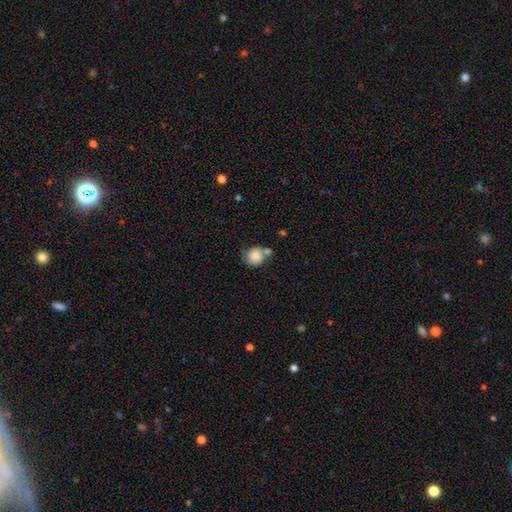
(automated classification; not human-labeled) Smooth or featured?
  - smooth: 76% *
  - featured or disk: 16%
  - star or artifact: 8%
How rounded?
  - round: 82% *
  - in between: 17%
  - cigar-shaped: 1%
Merging?
  - none: 44% *
  - merger: 29%
  - minor disturbance: 20%
  - major disturbance: 7%